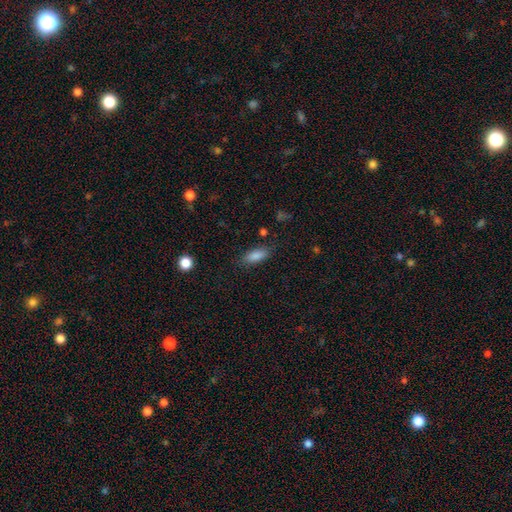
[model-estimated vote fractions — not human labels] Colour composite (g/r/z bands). It shows a smooth galaxy with no disk features (86%) that is in between round and cigar-shaped (77%). Merging: none (82%).